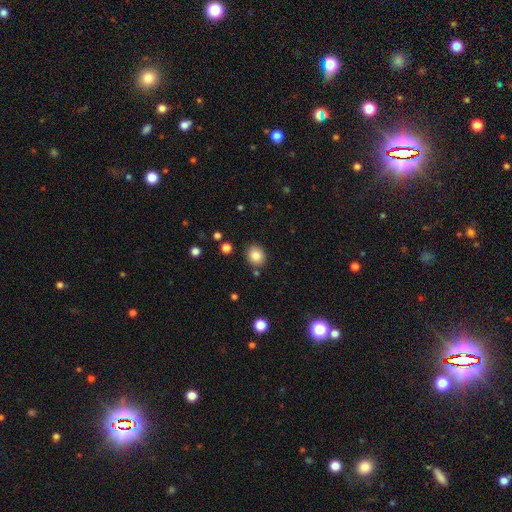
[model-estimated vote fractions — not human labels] Smooth or featured: smooth — 84% (star or artifact — 10%)
How rounded: round — 76% (in between — 23%)
Merging: none — 85% (minor disturbance — 8%)